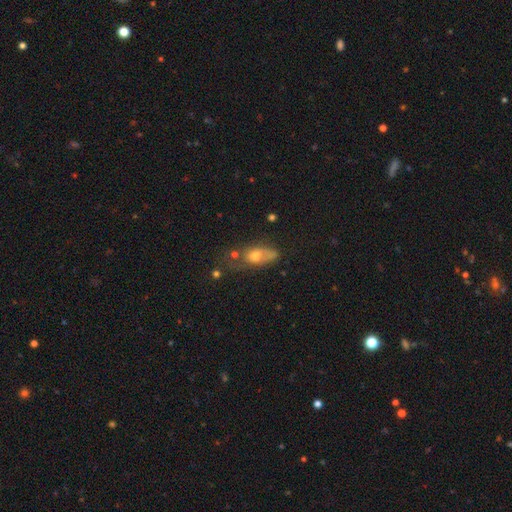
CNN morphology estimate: smooth_or_featured: smooth (p=0.62) [alt: featured or disk p=0.25]
how_rounded: in between (p=0.67) [alt: round p=0.20]
merging: none (p=0.33) [alt: minor disturbance p=0.25]